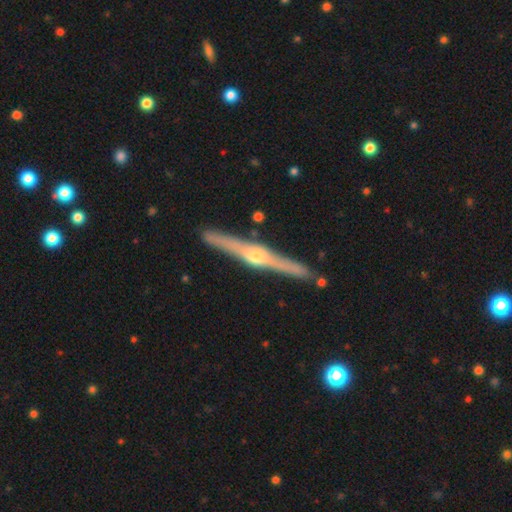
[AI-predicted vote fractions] This is clearly a featured or disk galaxy (82%). It is clearly viewed edge-on (98%). Edge-on bulge: clearly rounded (92%). Merging: clearly none (89%).